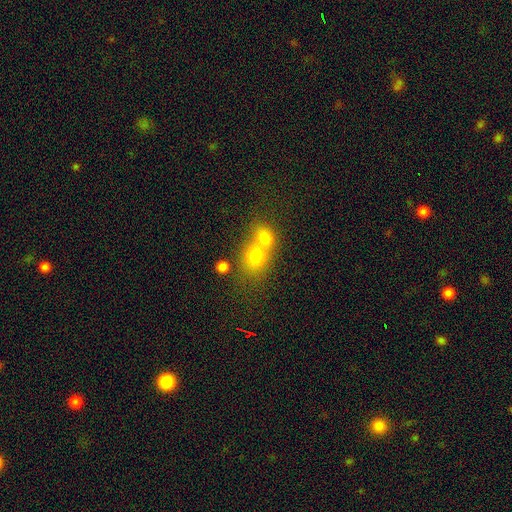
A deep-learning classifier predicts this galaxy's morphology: A smooth galaxy with no disk features (73%) that is round (66%). Merging: merger (58%).